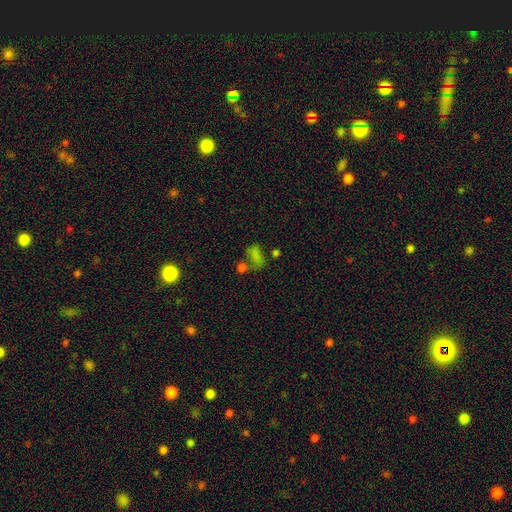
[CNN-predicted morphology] This appears to be a smooth galaxy with no disk features (65%) that is in between round and cigar-shaped (74%). Merging: none (39%).